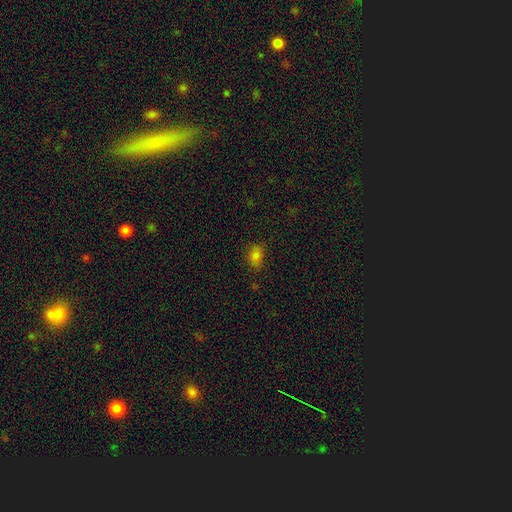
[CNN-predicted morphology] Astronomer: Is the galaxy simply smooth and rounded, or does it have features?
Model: smooth — 79%.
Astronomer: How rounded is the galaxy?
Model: in between — 69%.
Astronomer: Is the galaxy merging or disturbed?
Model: none — 78%.